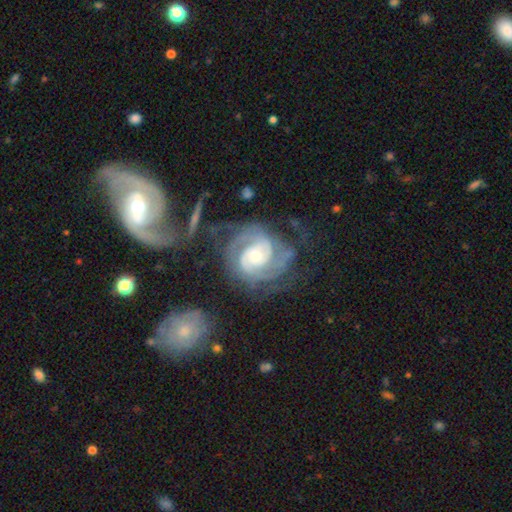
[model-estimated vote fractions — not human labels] smooth_or_featured: featured or disk (p=0.90) [alt: smooth p=0.05]
disk_edge_on: no (p=0.98) [alt: yes p=0.02]
bar: no (p=0.60) [alt: weak p=0.31]
has_spiral_arms: yes (p=0.98) [alt: no p=0.02]
spiral_winding: tight (p=0.59) [alt: medium p=0.33]
spiral_arm_count: 2 (p=0.52) [alt: 3 p=0.18]
bulge_size: moderate (p=0.48) [alt: small p=0.42]
merging: none (p=0.60) [alt: minor disturbance p=0.19]